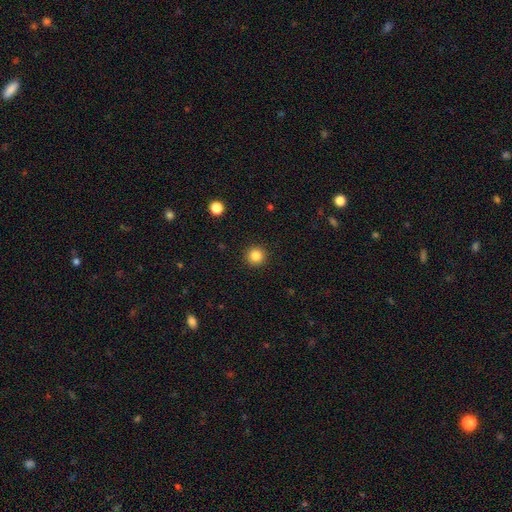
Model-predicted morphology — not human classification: smooth 85%, star or artifact 11%, featured or disk 4%. Down the decision tree: how rounded — round (95%); merging — none (93%).